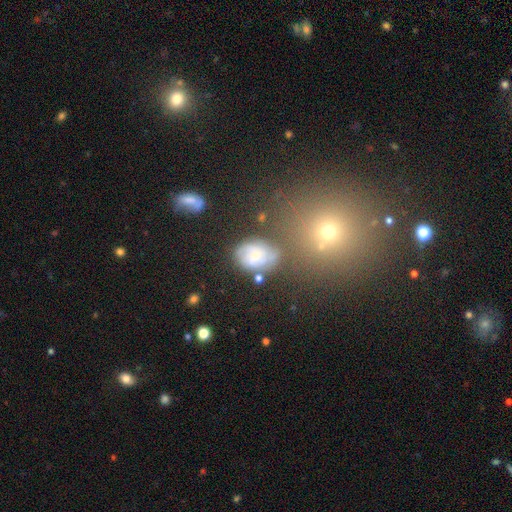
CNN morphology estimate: Smooth or featured?
  - featured or disk: 57% *
  - smooth: 31%
  - star or artifact: 12%
Edge-on disk?
  - no: 97% *
  - yes: 3%
Bar?
  - no: 70% *
  - weak: 26%
  - strong: 5%
Spiral arms?
  - yes: 80% *
  - no: 20%
Bulge size?
  - small: 61% *
  - moderate: 34%
  - none: 2%
  - large: 2%
  - dominant: 1%
Merging?
  - none: 59% *
  - minor disturbance: 21%
  - major disturbance: 10%
  - merger: 9%